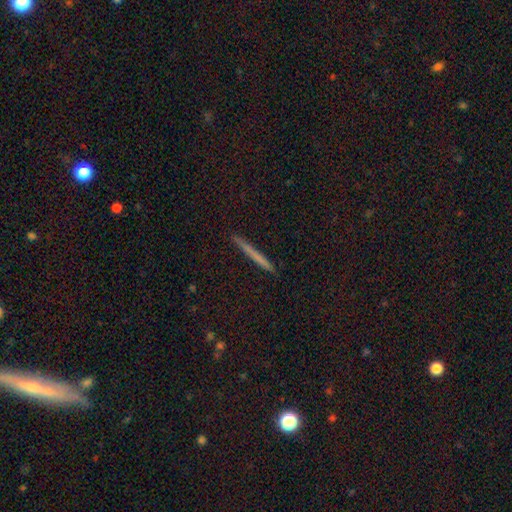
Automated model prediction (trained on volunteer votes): A smooth galaxy with no disk features (60%) that is cigar-shaped (96%).

Vote fractions:
- Smooth or featured? smooth: 60% / featured or disk: 30% / star or artifact: 9%
- How rounded? cigar-shaped: 96% / in between: 2% / round: 2%
- Merging? none: 92% / minor disturbance: 6% / major disturbance: 1% / merger: 1%